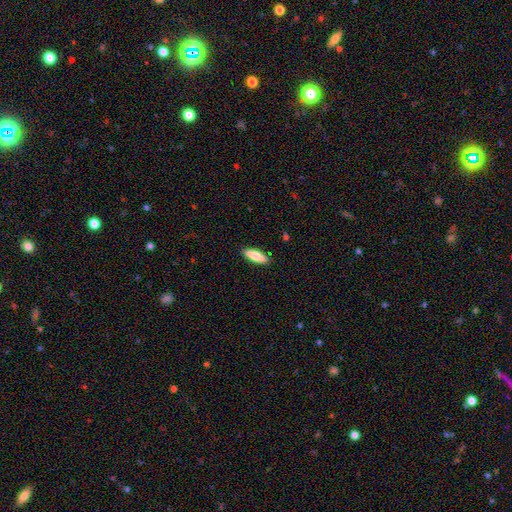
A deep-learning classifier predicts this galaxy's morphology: This is clearly a smooth galaxy (80%). How rounded: possibly in between (51%). Merging: clearly none (89%).